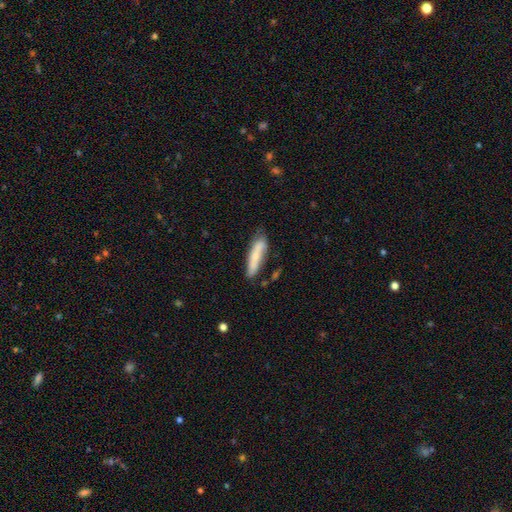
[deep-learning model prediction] Q: Smooth or featured?
A: smooth (67%); runner-up: featured or disk (27%)
Q: How rounded?
A: cigar-shaped (74%); runner-up: in between (24%)
Q: Merging?
A: none (63%); runner-up: minor disturbance (26%)